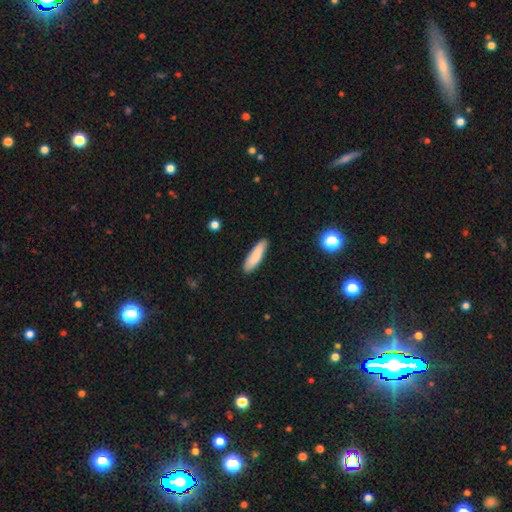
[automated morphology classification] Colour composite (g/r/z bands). It shows a smooth galaxy with no disk features (84%) that is cigar-shaped (67%). Merging: none (89%).